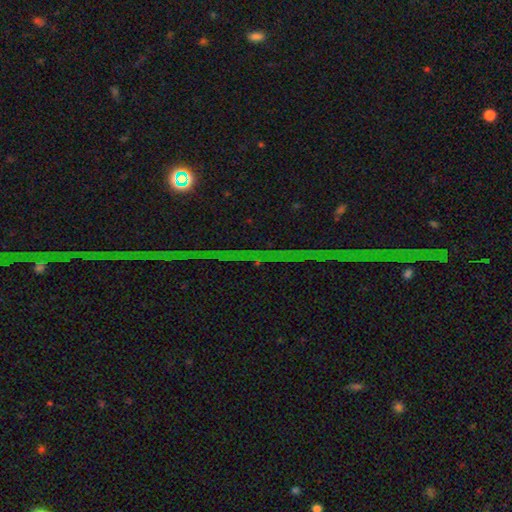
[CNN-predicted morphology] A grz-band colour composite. It shows a star or artifact, not a galaxy (83%).